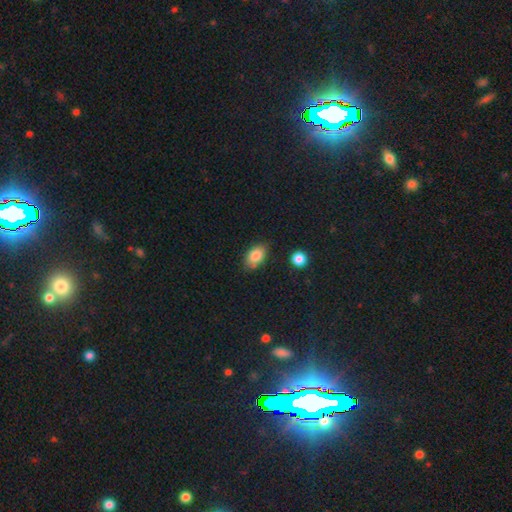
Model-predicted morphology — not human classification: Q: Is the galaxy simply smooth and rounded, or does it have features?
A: smooth — 84%.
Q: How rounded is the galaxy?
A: in between — 89%.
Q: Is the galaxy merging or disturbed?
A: none — 75%.